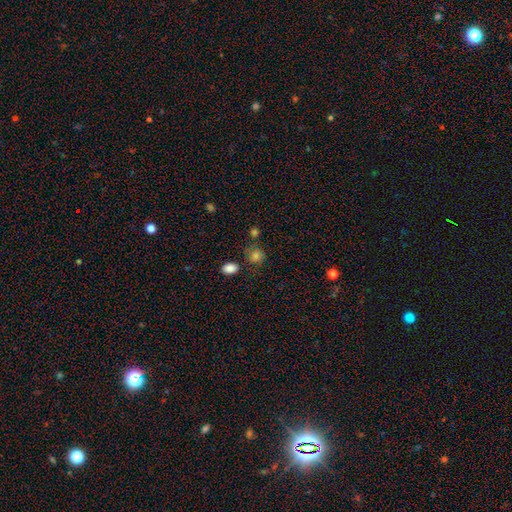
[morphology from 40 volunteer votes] A smooth galaxy with no disk features (78%) that is round (74%). Merging: none (71%).